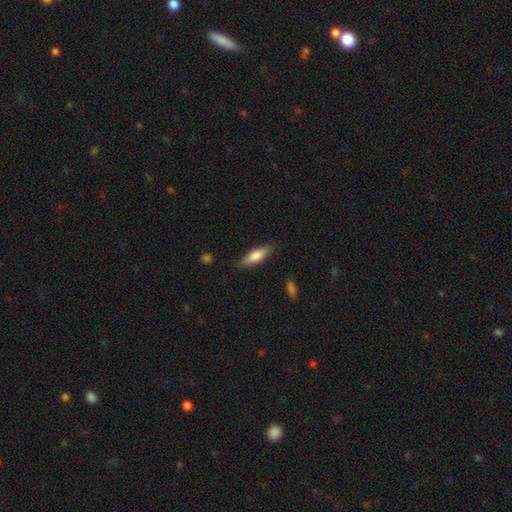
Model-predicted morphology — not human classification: smooth 70%, featured or disk 24%, star or artifact 6%. Down the decision tree: how rounded — cigar-shaped (50%); merging — none (83%).